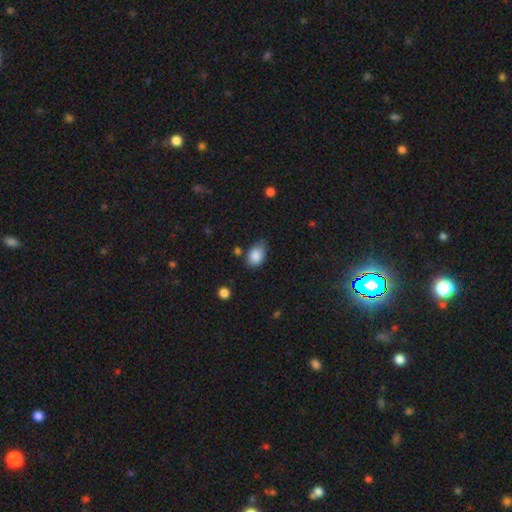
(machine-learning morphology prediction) Q: Smooth or featured?
A: smooth (87%); runner-up: star or artifact (8%)
Q: How rounded?
A: in between (76%); runner-up: round (23%)
Q: Merging?
A: none (58%); runner-up: minor disturbance (33%)